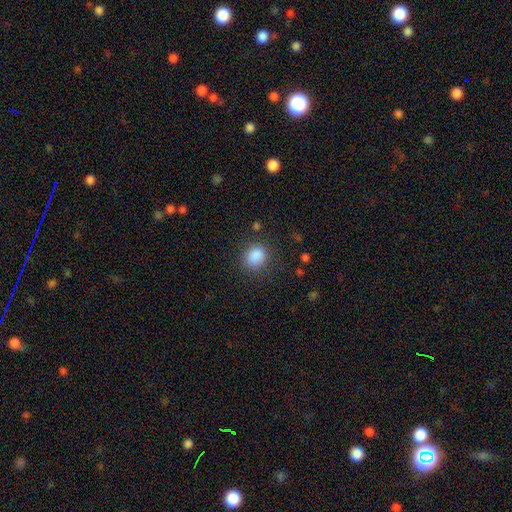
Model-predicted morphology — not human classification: The model was most divided on "how rounded": round: 69%, in between: 30%, cigar-shaped: 1%. More confident: smooth or featured — smooth (86%); merging — none (81%).